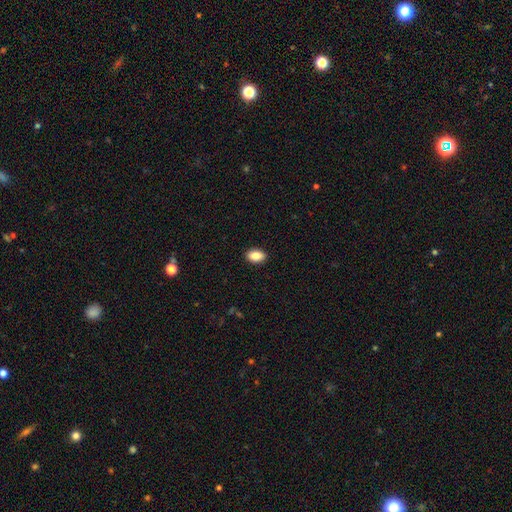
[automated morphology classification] Smooth or featured? smooth (87%)
How rounded? in between (89%)
Merging? none (91%)